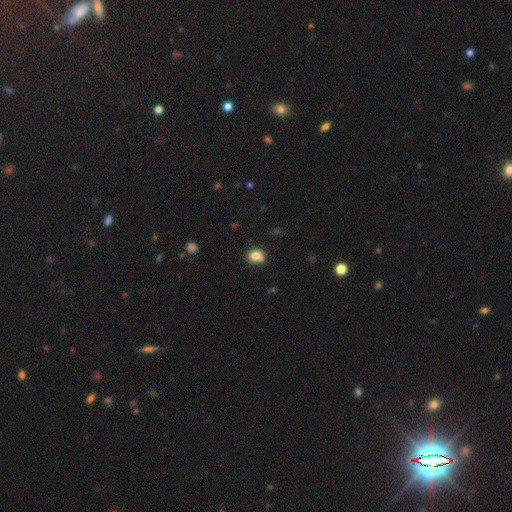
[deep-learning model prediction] This is likely a smooth galaxy (78%). How rounded: likely round (69%). Merging: likely none (60%).